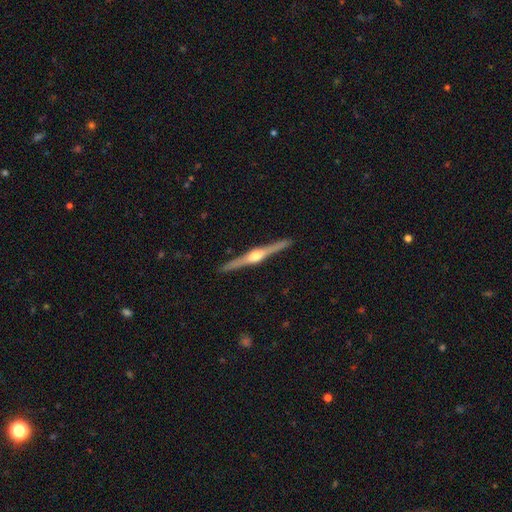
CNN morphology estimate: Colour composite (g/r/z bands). It shows a featured or disk galaxy (84%) viewed edge-on (98%) with a rounded central bulge (93%). Merging: none (91%).